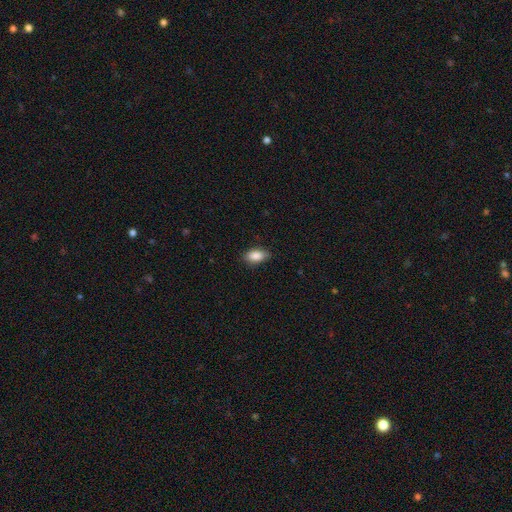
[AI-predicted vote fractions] A smooth galaxy with no disk features (87%) that is in between round and cigar-shaped (90%).

Vote fractions:
- Smooth or featured? smooth: 87% / star or artifact: 7% / featured or disk: 5%
- How rounded? in between: 90% / round: 7% / cigar-shaped: 4%
- Merging? none: 81% / minor disturbance: 16% / major disturbance: 3% / merger: 1%